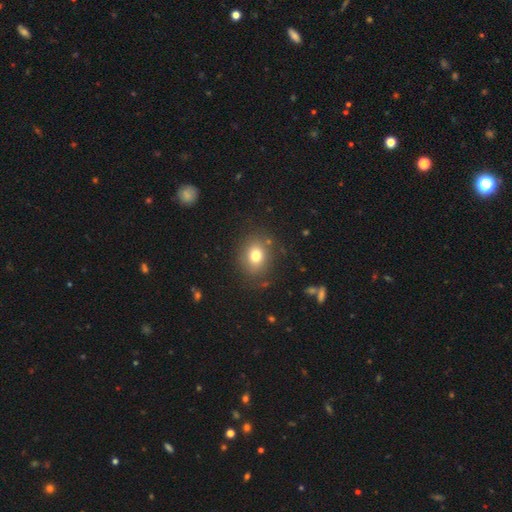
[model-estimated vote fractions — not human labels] Overall: smooth (77%). How rounded: round (58%; in between 41%). Merging: none (83%).